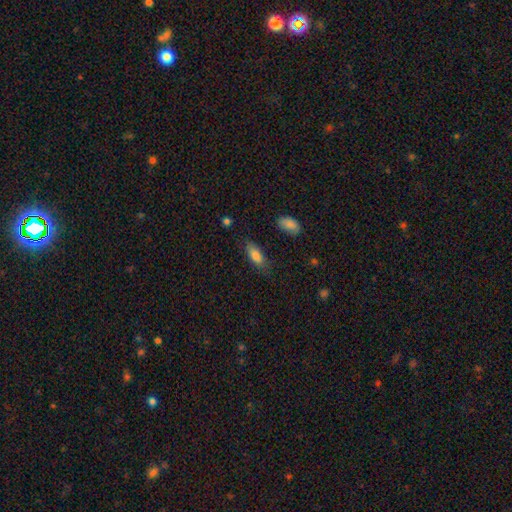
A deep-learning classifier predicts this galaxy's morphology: Smooth or featured? smooth (81%)
How rounded? in between (77%)
Merging? none (74%)